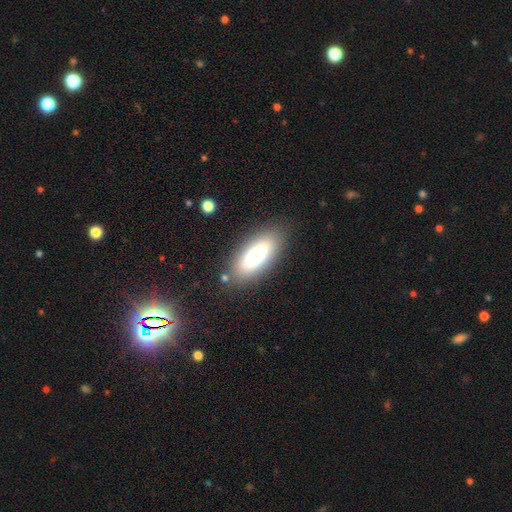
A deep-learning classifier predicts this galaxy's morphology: smooth-or-featured: smooth: 64% | featured or disk: 28% | star or artifact: 8%
  how-rounded: in between: 81% | cigar-shaped: 15% | round: 4%
  merging: none: 81% | minor disturbance: 11% | major disturbance: 4% | merger: 3%